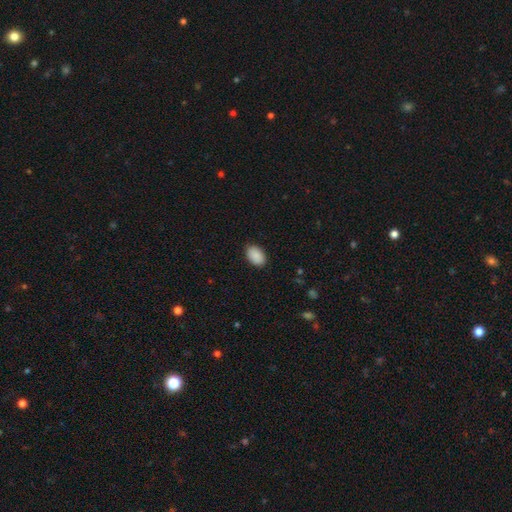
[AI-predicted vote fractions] Smooth or featured? Predicted: smooth (p=0.91). How rounded? Predicted: in between (p=0.90). Merging? Predicted: none (p=0.88).